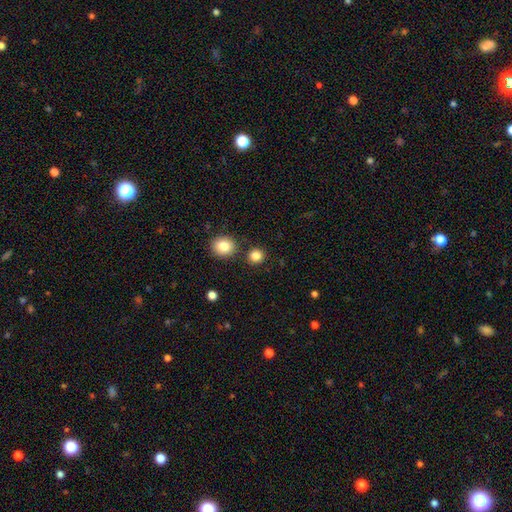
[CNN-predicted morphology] A smooth galaxy with no disk features (84%) that is round (89%). Merging: none (84%).